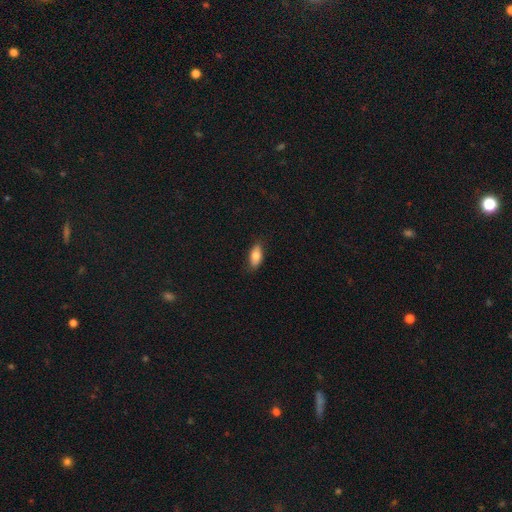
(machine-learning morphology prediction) A smooth galaxy with no disk features (78%) that is in between round and cigar-shaped (86%).

Vote fractions:
- Smooth or featured? smooth: 78% / featured or disk: 15% / star or artifact: 7%
- How rounded? in between: 86% / cigar-shaped: 11% / round: 3%
- Merging? none: 83% / minor disturbance: 13% / major disturbance: 2% / merger: 1%